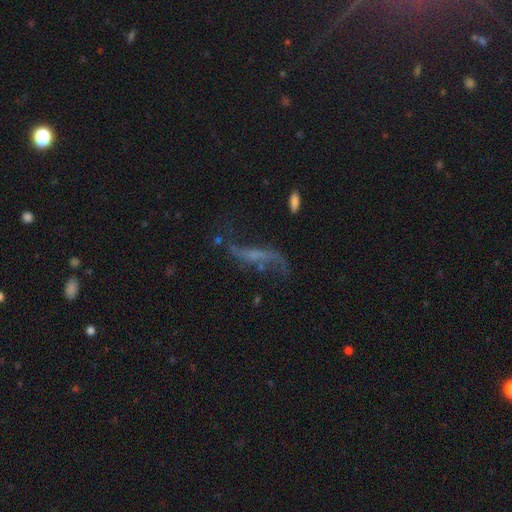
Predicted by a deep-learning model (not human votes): Overall: featured or disk (75%). Edge-on disk: no (81%). Bar: no (45%; weak 32%). Spiral arms: yes (84%). Spiral arm count: 2 (88%). Spiral winding: loose (92%). Bulge size: none (48%; small 40%). Merging: none (53%; major disturbance 21%).